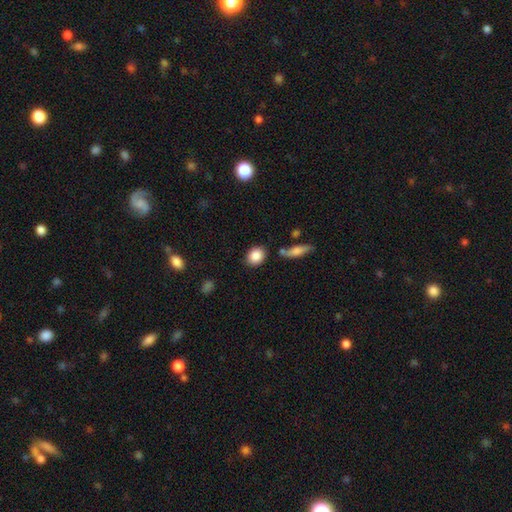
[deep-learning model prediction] Q: Smooth or featured?
A: smooth (87%); runner-up: star or artifact (7%)
Q: How rounded?
A: round (50%); runner-up: in between (48%)
Q: Merging?
A: none (79%); runner-up: minor disturbance (11%)